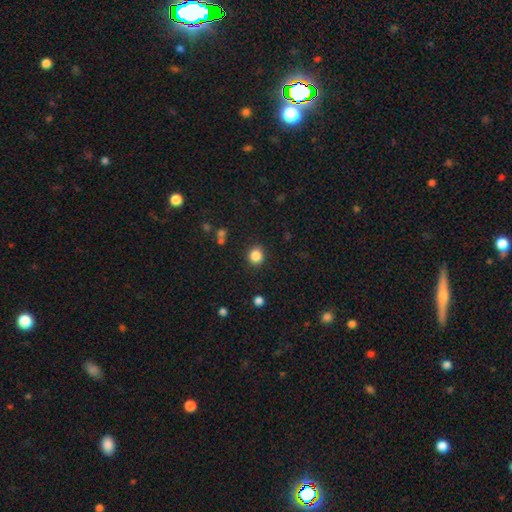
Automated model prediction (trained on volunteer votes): Morphology: type=smooth (85%); roundness=round (84%); merging=none (87%).